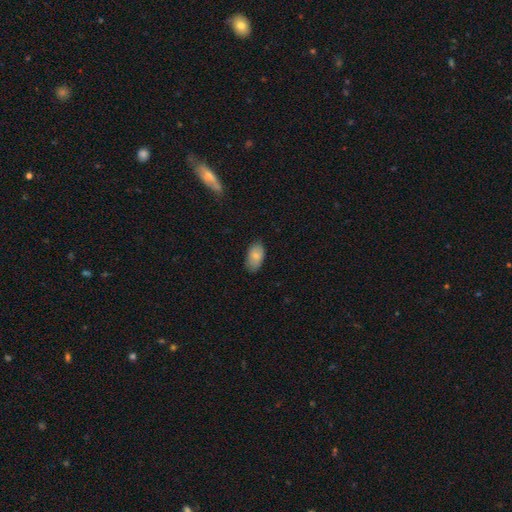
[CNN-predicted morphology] This is clearly a smooth galaxy (81%). How rounded: clearly in between (94%). Merging: clearly none (82%).